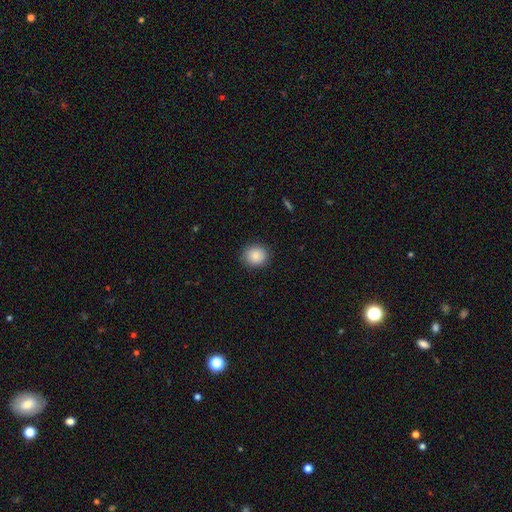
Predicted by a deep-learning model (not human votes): Morphology: type=smooth (87%); roundness=round (85%); merging=none (89%).